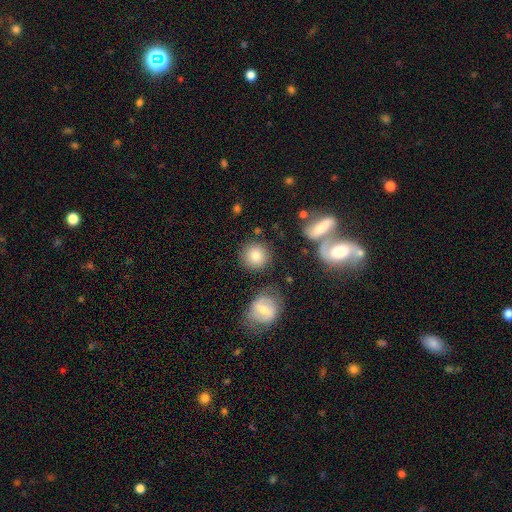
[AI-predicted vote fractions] Smooth or featured: smooth — 80% (featured or disk — 11%)
How rounded: round — 90% (in between — 9%)
Merging: none — 78% (minor disturbance — 10%)